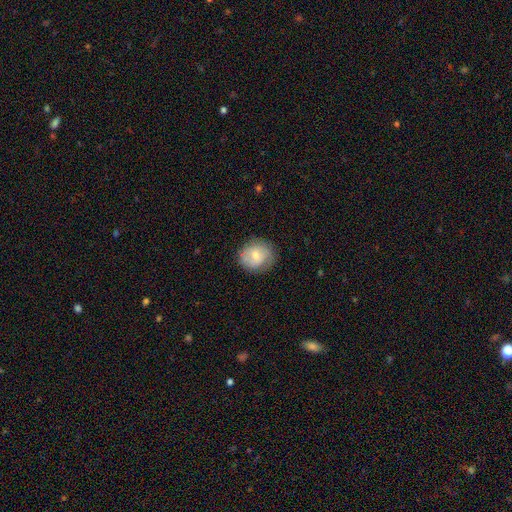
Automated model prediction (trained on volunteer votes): This is likely a smooth galaxy (66%). How rounded: clearly round (82%). Merging: likely none (78%).